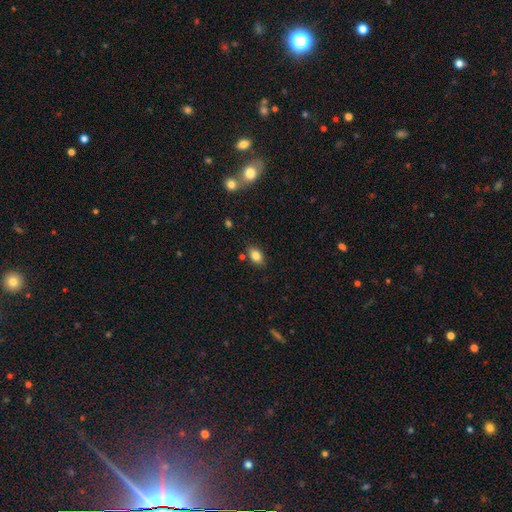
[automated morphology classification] A smooth galaxy with no disk features (83%) that is in between round and cigar-shaped (85%).

Vote fractions:
- Smooth or featured? smooth: 83% / star or artifact: 9% / featured or disk: 8%
- How rounded? in between: 85% / round: 13% / cigar-shaped: 2%
- Merging? none: 81% / minor disturbance: 12% / merger: 4% / major disturbance: 3%